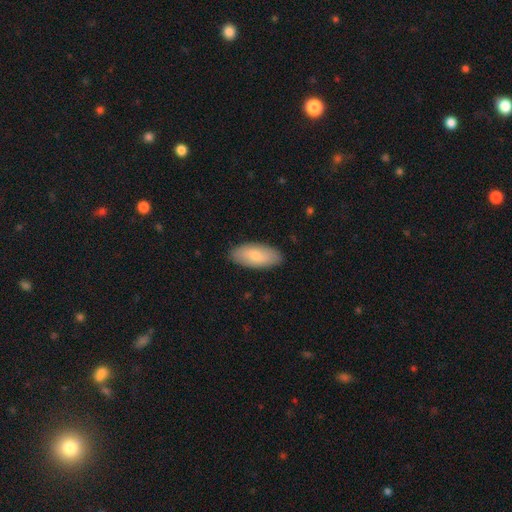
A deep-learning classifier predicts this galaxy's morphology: A smooth galaxy with no disk features (77%) that is in between round and cigar-shaped (90%). Merging: none (88%).